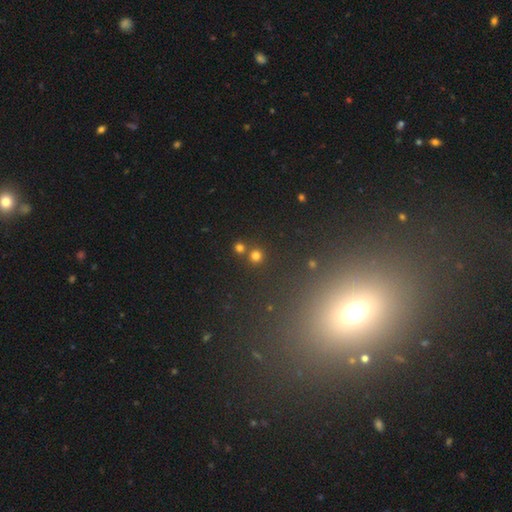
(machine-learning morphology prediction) Smooth or featured? Predicted: smooth (p=0.74). How rounded? Predicted: round (p=0.93). Merging? Predicted: none (p=0.77).